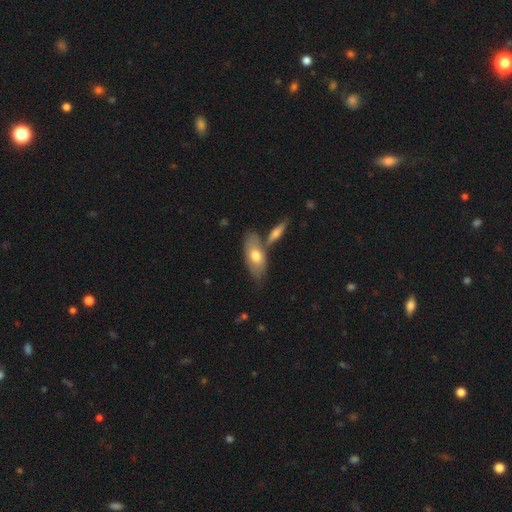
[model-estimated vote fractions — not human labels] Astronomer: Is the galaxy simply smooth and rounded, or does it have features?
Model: smooth — 66%.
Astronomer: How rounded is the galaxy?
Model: in between — 84%.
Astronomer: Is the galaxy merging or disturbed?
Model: none — 60%.